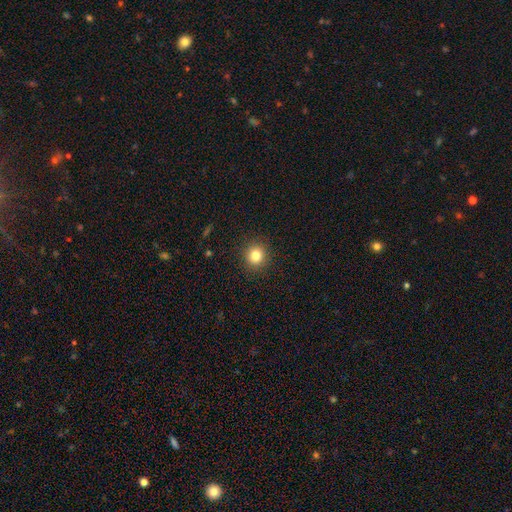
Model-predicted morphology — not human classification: A smooth galaxy with no disk features (82%) that is round (88%).

Vote fractions:
- Smooth or featured? smooth: 82% / star or artifact: 12% / featured or disk: 6%
- How rounded? round: 88% / in between: 11% / cigar-shaped: 1%
- Merging? none: 91% / minor disturbance: 6% / major disturbance: 2% / merger: 1%